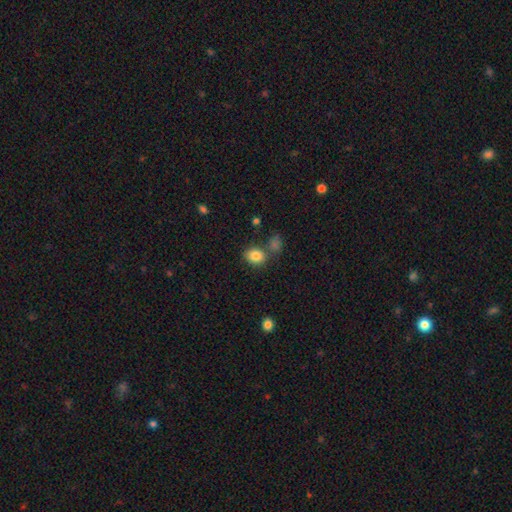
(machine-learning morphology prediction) Smooth or featured?
  - smooth: 84% *
  - star or artifact: 10%
  - featured or disk: 6%
How rounded?
  - round: 52% *
  - in between: 47%
  - cigar-shaped: 1%
Merging?
  - none: 68% *
  - merger: 15%
  - minor disturbance: 13%
  - major disturbance: 4%